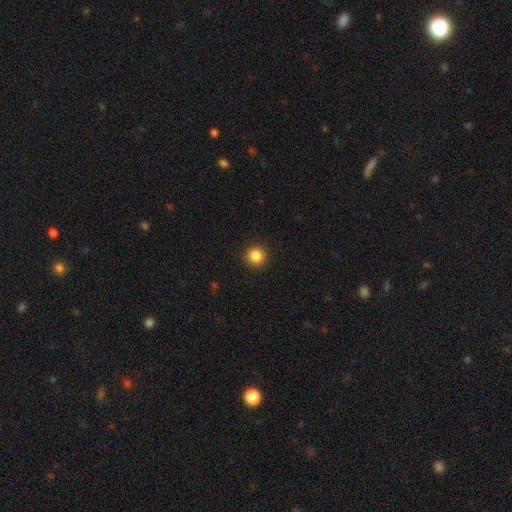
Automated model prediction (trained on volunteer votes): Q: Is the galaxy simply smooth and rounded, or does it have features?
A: smooth — 85%.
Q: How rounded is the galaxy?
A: round — 93%.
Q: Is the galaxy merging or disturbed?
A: none — 92%.